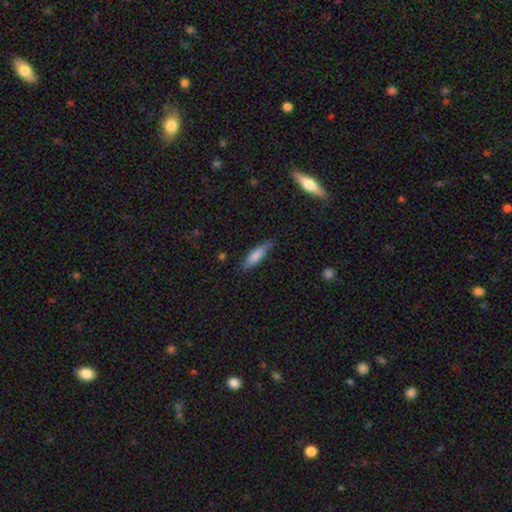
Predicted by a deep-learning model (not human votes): smooth 78%, featured or disk 16%, star or artifact 6%. Down the decision tree: how rounded — cigar-shaped (62%); merging — none (72%).